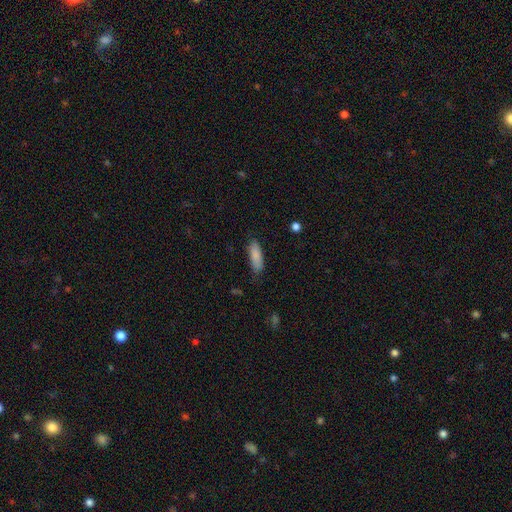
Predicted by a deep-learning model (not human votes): Q: Smooth or featured?
A: smooth (86%); runner-up: featured or disk (7%)
Q: How rounded?
A: in between (61%); runner-up: cigar-shaped (37%)
Q: Merging?
A: none (77%); runner-up: minor disturbance (18%)